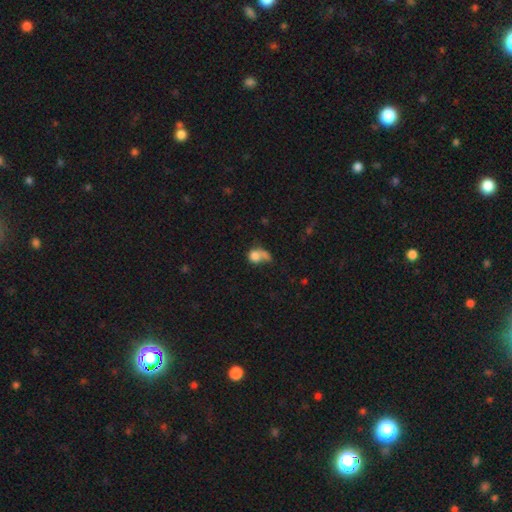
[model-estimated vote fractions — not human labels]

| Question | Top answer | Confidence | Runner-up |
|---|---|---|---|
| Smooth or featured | smooth | 74% | featured or disk (16%) |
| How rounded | round | 63% | in between (35%) |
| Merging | merger | 35% | none (28%) |